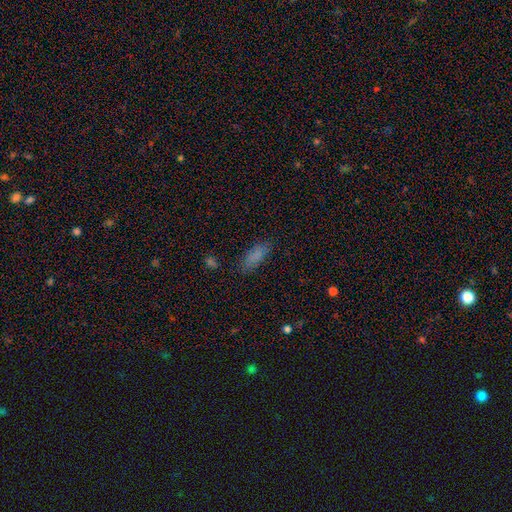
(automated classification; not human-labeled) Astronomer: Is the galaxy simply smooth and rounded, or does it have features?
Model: smooth — 82%.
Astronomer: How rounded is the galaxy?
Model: in between — 72%.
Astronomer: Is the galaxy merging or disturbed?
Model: none — 80%.